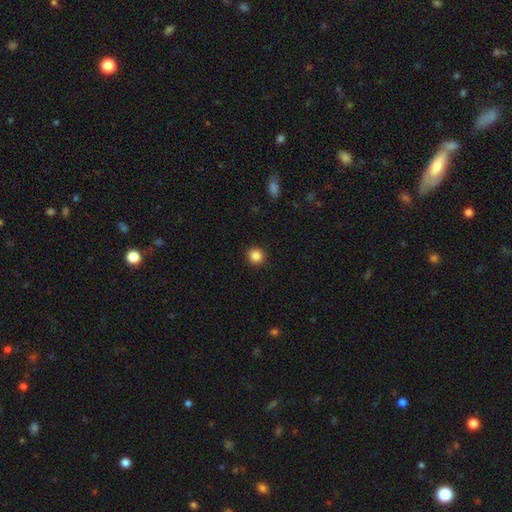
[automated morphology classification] smooth 87%, star or artifact 10%, featured or disk 3%. Down the decision tree: how rounded — round (94%); merging — none (93%).